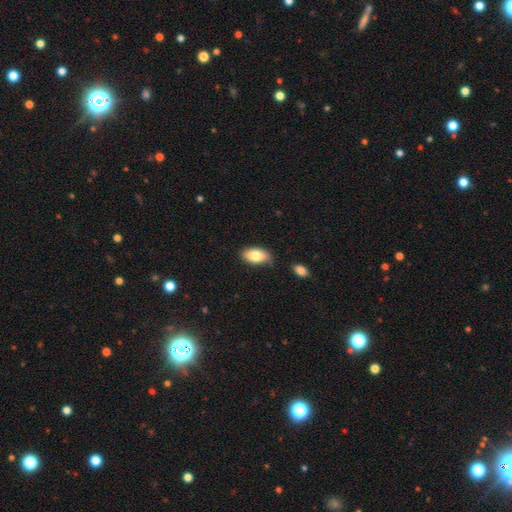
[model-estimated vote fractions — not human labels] A smooth galaxy with no disk features (81%) that is in between round and cigar-shaped (93%). Merging: none (73%).